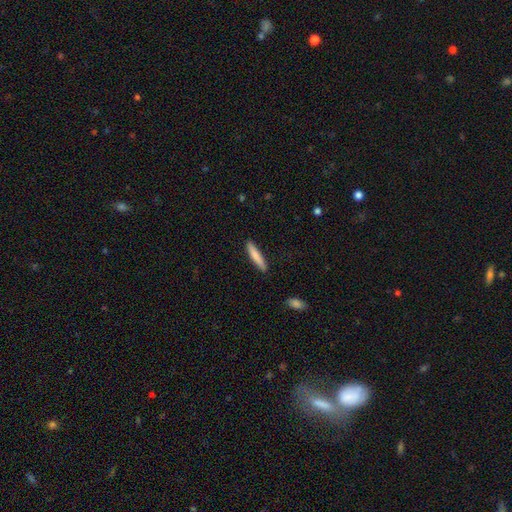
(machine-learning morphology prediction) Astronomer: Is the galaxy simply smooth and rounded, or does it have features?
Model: smooth — 80%.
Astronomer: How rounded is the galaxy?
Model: cigar-shaped — 91%.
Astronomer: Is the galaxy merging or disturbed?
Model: none — 89%.